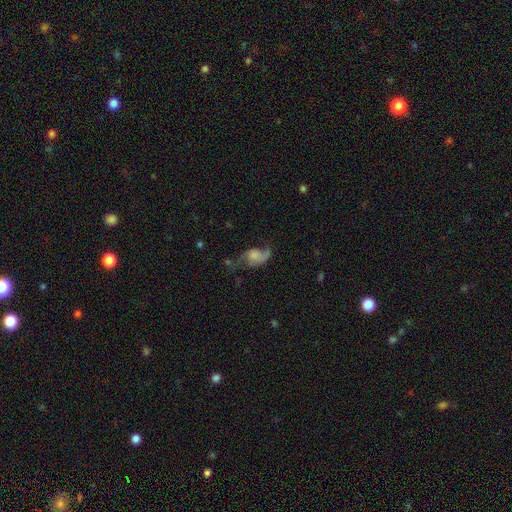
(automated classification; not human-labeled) Smooth or featured?
  - featured or disk: 57% *
  - smooth: 33%
  - star or artifact: 10%
Edge-on disk?
  - no: 96% *
  - yes: 4%
Bar?
  - no: 73% *
  - weak: 23%
  - strong: 4%
Spiral arms?
  - yes: 83% *
  - no: 17%
Bulge size?
  - small: 31% *
  - none: 28%
  - moderate: 24%
  - large: 12%
  - dominant: 4%
Merging?
  - major disturbance: 36% *
  - none: 33%
  - minor disturbance: 25%
  - merger: 6%